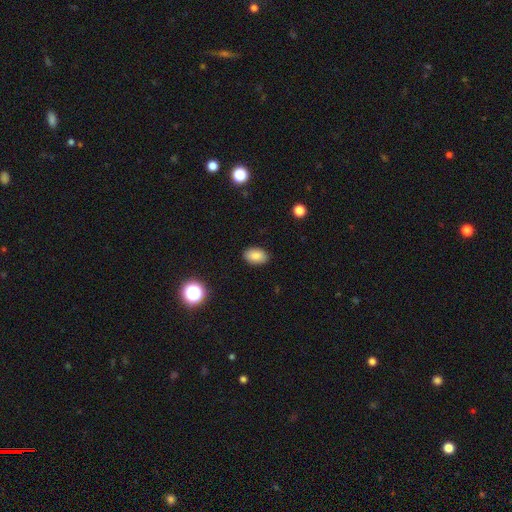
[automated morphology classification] Q: Smooth or featured?
A: smooth (84%); runner-up: star or artifact (10%)
Q: How rounded?
A: in between (89%); runner-up: round (9%)
Q: Merging?
A: none (88%); runner-up: minor disturbance (9%)